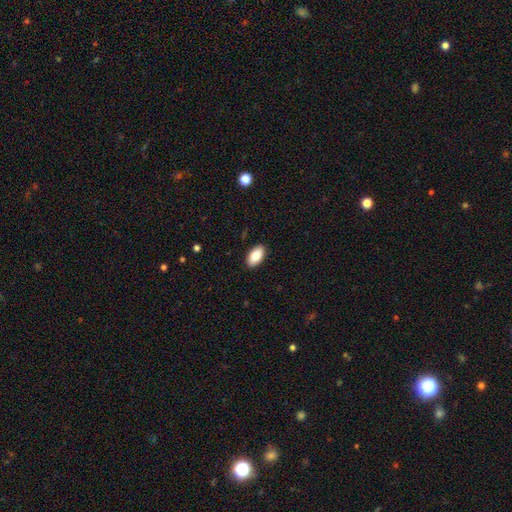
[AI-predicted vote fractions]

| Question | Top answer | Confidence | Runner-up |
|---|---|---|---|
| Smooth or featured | smooth | 84% | featured or disk (10%) |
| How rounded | in between | 94% | round (3%) |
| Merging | none | 90% | minor disturbance (7%) |